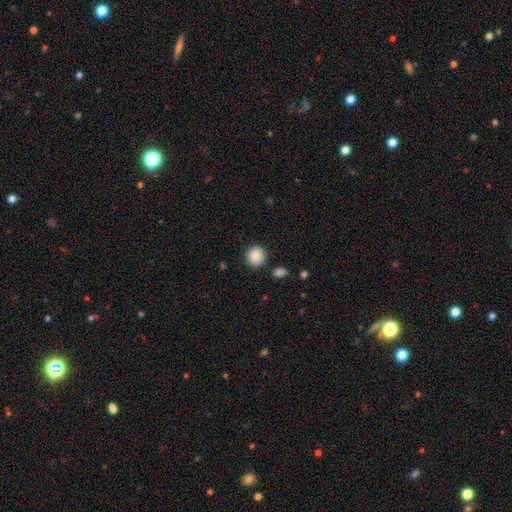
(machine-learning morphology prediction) Smooth or featured?
  - smooth: 87% *
  - star or artifact: 8%
  - featured or disk: 5%
How rounded?
  - round: 91% *
  - in between: 8%
  - cigar-shaped: 1%
Merging?
  - none: 87% *
  - minor disturbance: 7%
  - merger: 3%
  - major disturbance: 2%